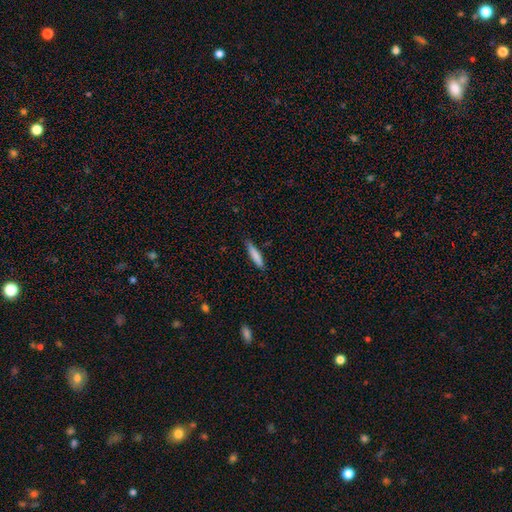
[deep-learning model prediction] Q: Smooth or featured?
A: smooth (82%); runner-up: featured or disk (12%)
Q: How rounded?
A: cigar-shaped (83%); runner-up: in between (16%)
Q: Merging?
A: none (82%); runner-up: minor disturbance (14%)